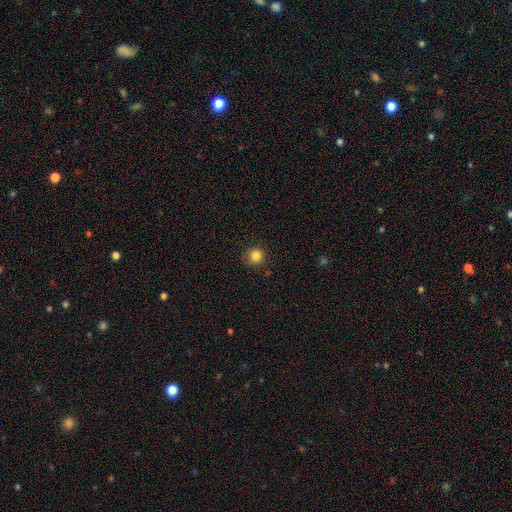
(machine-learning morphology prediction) A smooth galaxy with no disk features (84%) that is round (93%). Merging: none (88%).